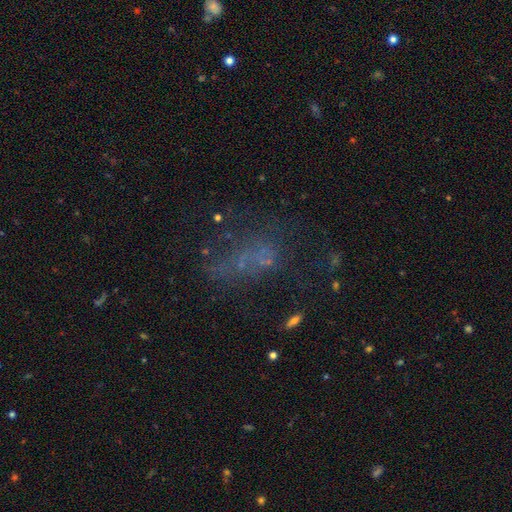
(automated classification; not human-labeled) featured or disk 35%, star or artifact 34%, smooth 32%. Down the decision tree: merging — none (43%).